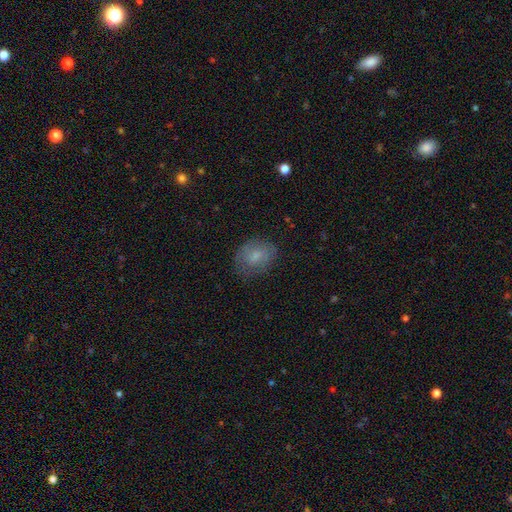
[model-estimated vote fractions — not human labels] A smooth galaxy with no disk features (68%) that is in between round and cigar-shaped (62%). Merging: none (69%).